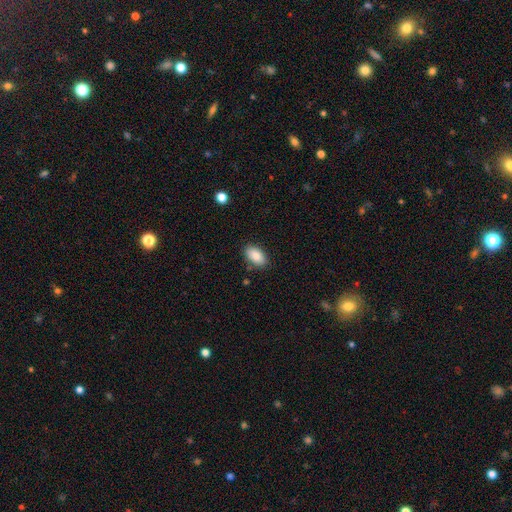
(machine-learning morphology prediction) smooth-or-featured: smooth: 87% | star or artifact: 7% | featured or disk: 6%
  how-rounded: in between: 93% | round: 5% | cigar-shaped: 2%
  merging: none: 85% | minor disturbance: 11% | major disturbance: 3% | merger: 2%